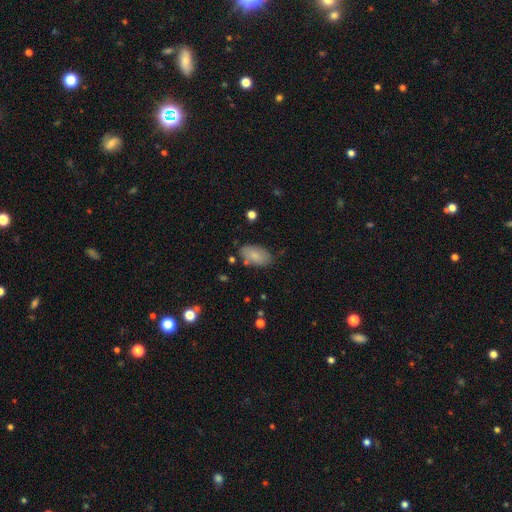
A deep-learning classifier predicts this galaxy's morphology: Q: Smooth or featured?
A: smooth (81%); runner-up: featured or disk (12%)
Q: How rounded?
A: in between (95%); runner-up: round (3%)
Q: Merging?
A: none (75%); runner-up: minor disturbance (17%)